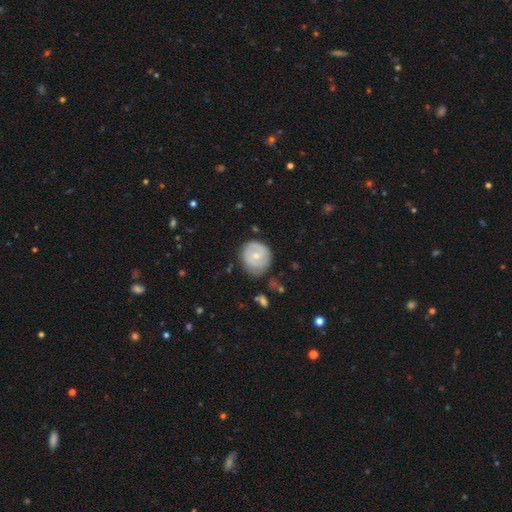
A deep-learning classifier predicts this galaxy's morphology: Smooth or featured? Predicted: featured or disk (p=0.48). Merging? Predicted: none (p=0.65).